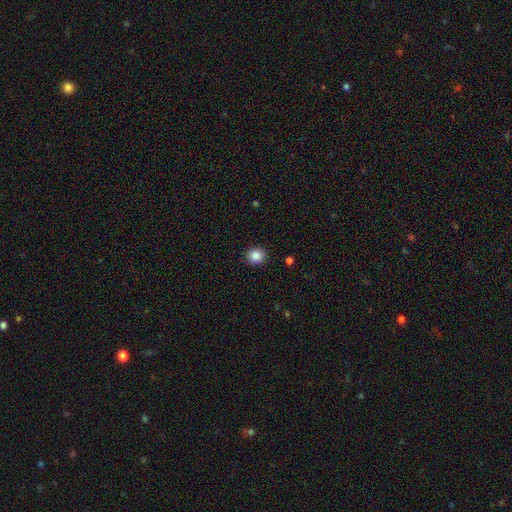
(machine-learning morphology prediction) smooth-or-featured: smooth: 86% | star or artifact: 10% | featured or disk: 4%
  how-rounded: round: 79% | in between: 20% | cigar-shaped: 1%
  merging: none: 90% | minor disturbance: 7% | major disturbance: 2% | merger: 1%